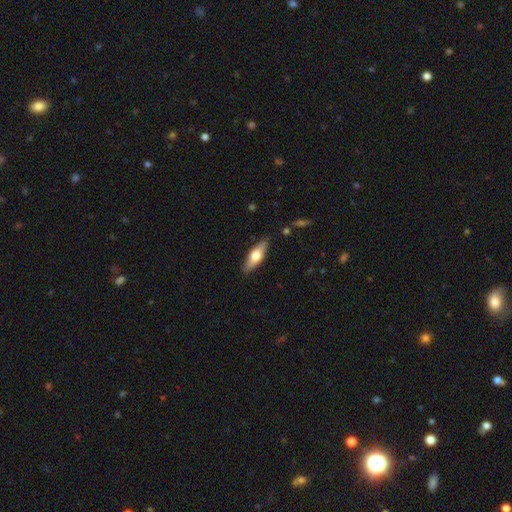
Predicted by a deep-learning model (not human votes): Smooth or featured? Predicted: smooth (p=0.56). How rounded? Predicted: in between (p=0.54). Merging? Predicted: none (p=0.86).